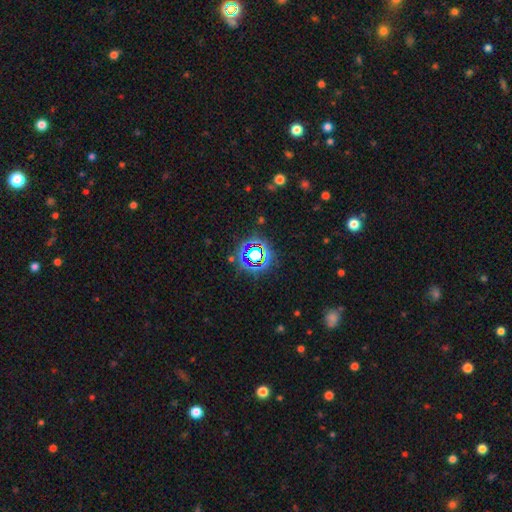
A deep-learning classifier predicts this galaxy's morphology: The model was most divided on "smooth or featured": star or artifact: 70%, smooth: 19%, featured or disk: 11%.